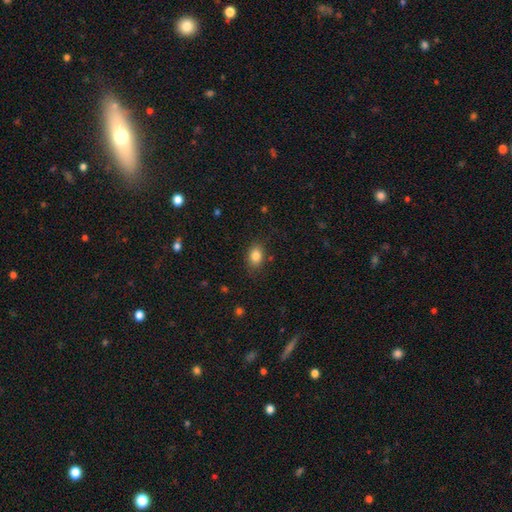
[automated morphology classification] A smooth galaxy with no disk features (84%) that is in between round and cigar-shaped (74%).

Vote fractions:
- Smooth or featured? smooth: 84% / star or artifact: 9% / featured or disk: 6%
- How rounded? in between: 74% / round: 25% / cigar-shaped: 1%
- Merging? none: 81% / minor disturbance: 14% / major disturbance: 4% / merger: 2%